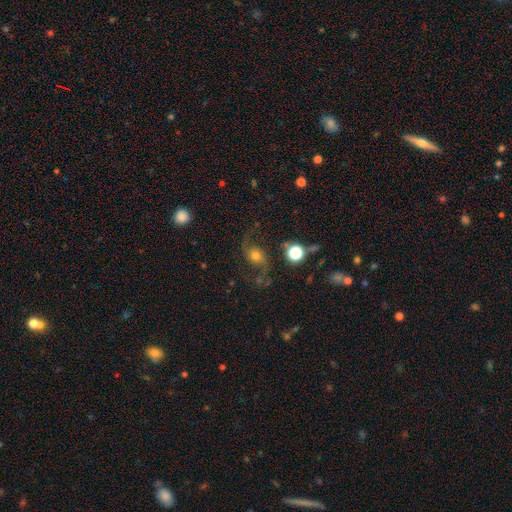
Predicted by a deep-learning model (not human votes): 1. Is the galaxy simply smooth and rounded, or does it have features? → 64% featured or disk, 23% smooth, 13% star or artifact.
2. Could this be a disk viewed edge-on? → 97% no, 3% yes.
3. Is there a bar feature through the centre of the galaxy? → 72% no, 22% weak, 5% strong.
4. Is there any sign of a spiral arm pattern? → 93% yes, 7% no.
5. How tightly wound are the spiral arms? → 75% loose, 21% medium, 4% tight.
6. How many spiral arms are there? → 92% 2, 3% 1, 2% can't tell, 1% 3, 1% 4, 1% more than 4.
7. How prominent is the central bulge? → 55% moderate, 19% large, 19% small, 5% dominant, 3% none.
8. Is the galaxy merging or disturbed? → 67% none, 16% minor disturbance, 13% major disturbance, 4% merger.